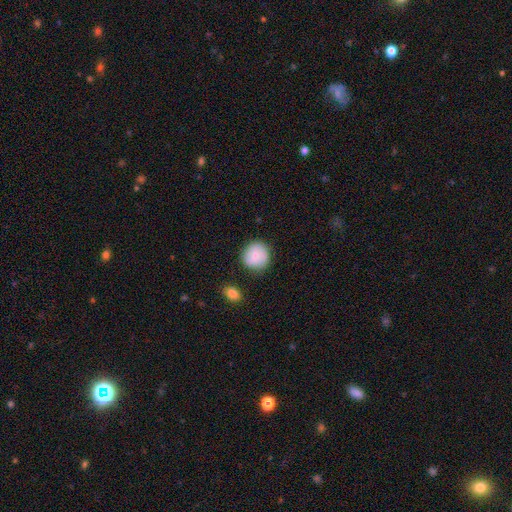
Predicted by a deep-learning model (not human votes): The model was most divided on "smooth or featured": smooth: 77%, featured or disk: 16%, star or artifact: 7%. More confident: how rounded — round (89%); merging — none (82%).